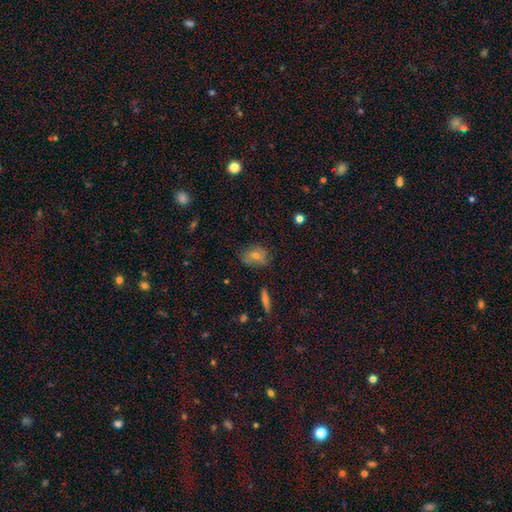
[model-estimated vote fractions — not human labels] Overall: smooth (52%; featured or disk 30%). How rounded: in between (53%; round 44%). Merging: none (73%).